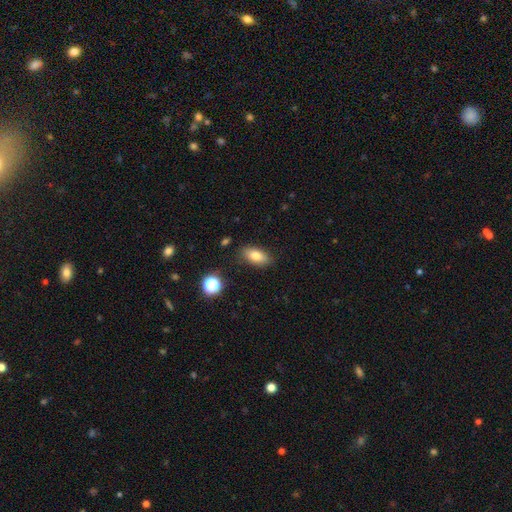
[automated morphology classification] Smooth or featured? smooth (79%)
How rounded? in between (86%)
Merging? none (85%)